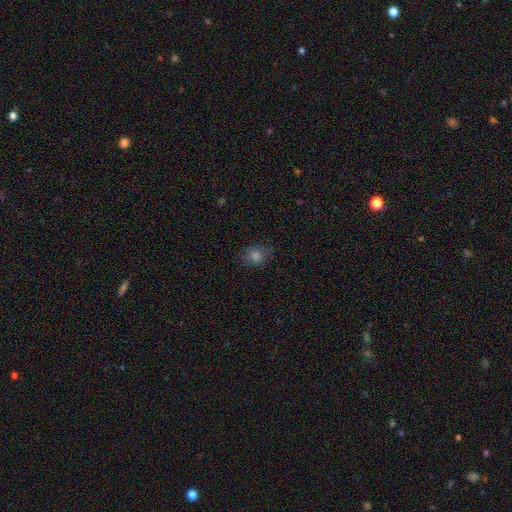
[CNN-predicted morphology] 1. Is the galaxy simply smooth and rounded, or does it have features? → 76% smooth, 17% star or artifact, 8% featured or disk.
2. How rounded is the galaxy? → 65% round, 34% in between, 1% cigar-shaped.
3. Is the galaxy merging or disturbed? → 82% none, 14% minor disturbance, 3% major disturbance, 1% merger.